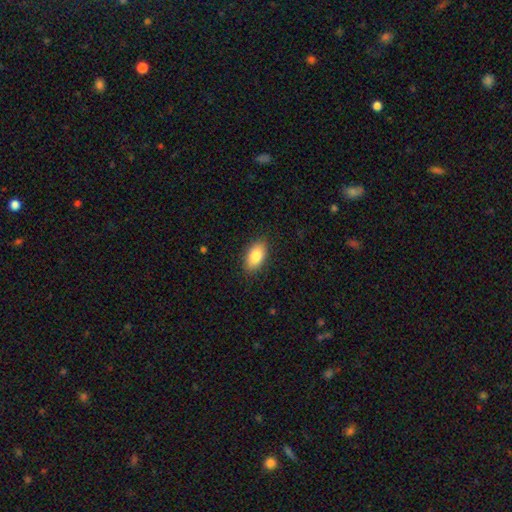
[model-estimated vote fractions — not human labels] smooth_or_featured: smooth (p=0.84) [alt: featured or disk p=0.09]
how_rounded: in between (p=0.92) [alt: round p=0.05]
merging: none (p=0.87) [alt: minor disturbance p=0.09]